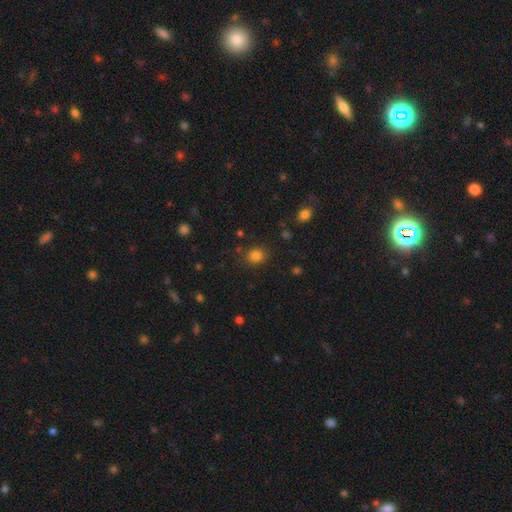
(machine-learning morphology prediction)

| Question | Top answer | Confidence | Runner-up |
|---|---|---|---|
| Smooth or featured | smooth | 82% | star or artifact (13%) |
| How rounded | round | 69% | in between (30%) |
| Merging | none | 83% | minor disturbance (10%) |